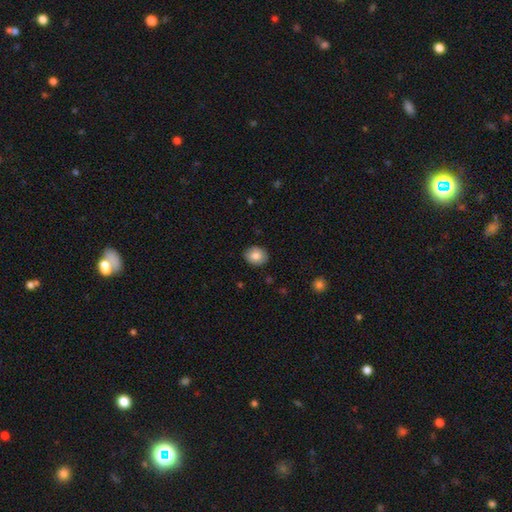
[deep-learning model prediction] Smooth or featured: smooth — 79% (featured or disk — 13%)
How rounded: in between — 51% (round — 49%)
Merging: none — 86% (minor disturbance — 11%)